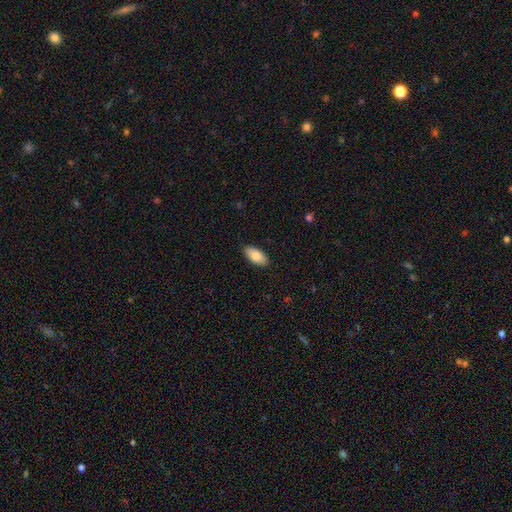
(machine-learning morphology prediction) type=smooth (82%); roundness=in between (92%); merging=none (89%).